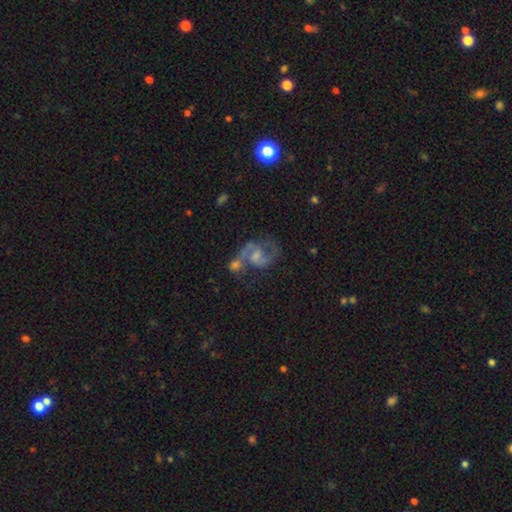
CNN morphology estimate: This is likely a featured or disk galaxy (76%). It is clearly not viewed edge-on (98%). Bar: possibly weak (46%). Spiral arm pattern: clearly yes (88%). Spiral arm count: clearly 2 (85%). Spiral winding: possibly medium (52%). Central bulge: marginally moderate (37%). Merging: marginally merger (37%).